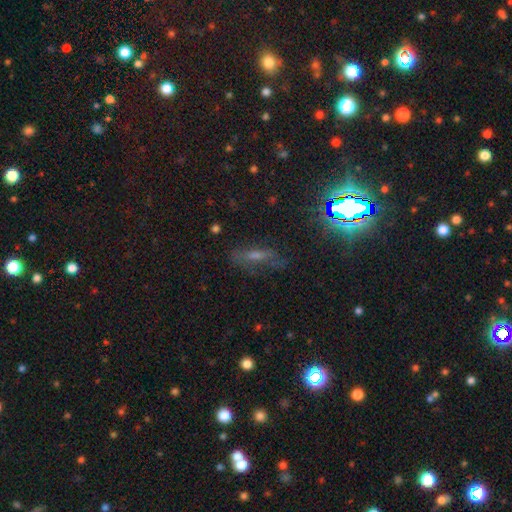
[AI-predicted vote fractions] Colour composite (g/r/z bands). It shows a smooth galaxy with no disk features (37%). Merging: none (61%).